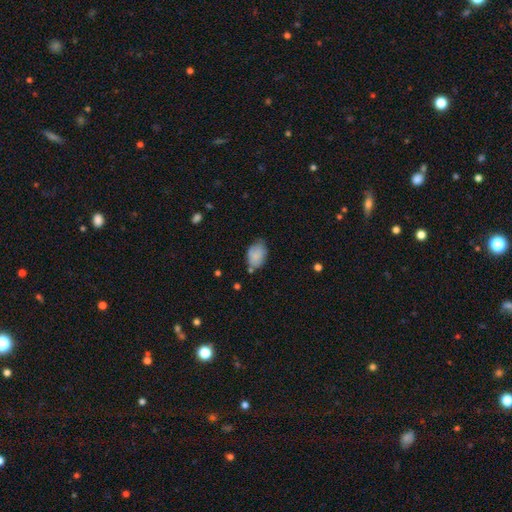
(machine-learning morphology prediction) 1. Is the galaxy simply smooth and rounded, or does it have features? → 78% smooth, 15% featured or disk, 8% star or artifact.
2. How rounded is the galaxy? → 86% in between, 13% round, 1% cigar-shaped.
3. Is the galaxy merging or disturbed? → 60% none, 29% minor disturbance, 7% major disturbance, 4% merger.